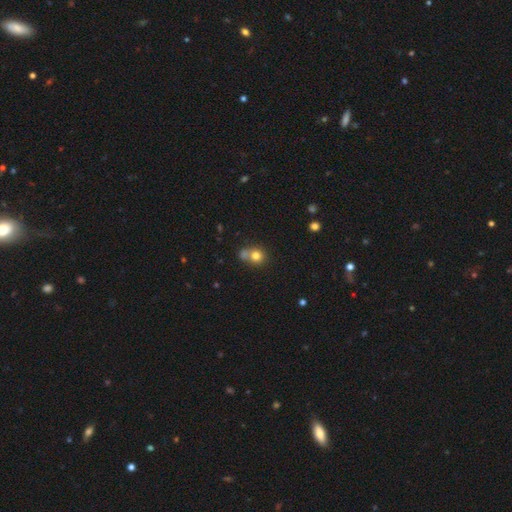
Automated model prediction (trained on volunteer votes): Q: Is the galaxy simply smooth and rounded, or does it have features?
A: smooth — 78%.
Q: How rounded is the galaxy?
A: round — 82%.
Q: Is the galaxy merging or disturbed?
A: none — 48%.